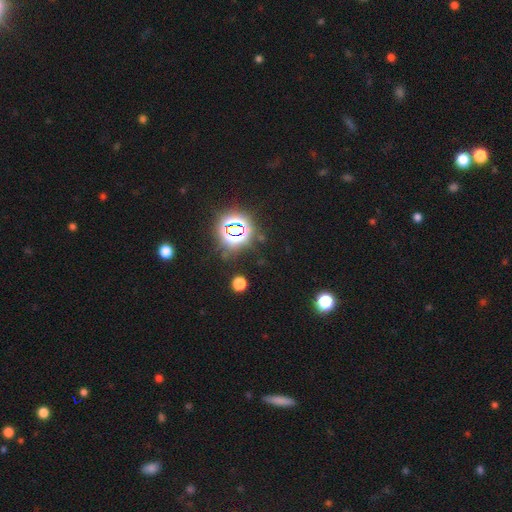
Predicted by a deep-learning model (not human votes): Smooth or featured: star or artifact — 82% (smooth — 11%)